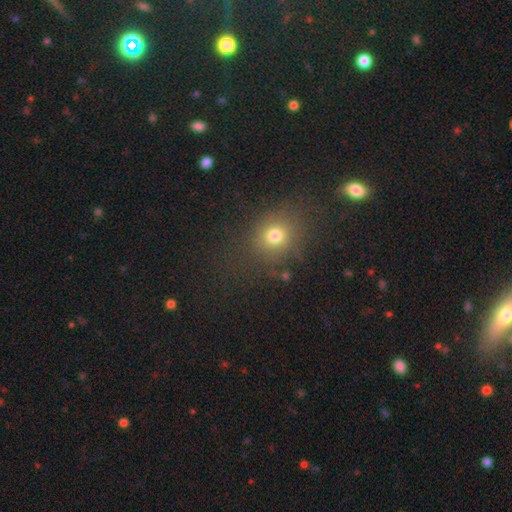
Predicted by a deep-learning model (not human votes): A smooth galaxy with no disk features (58%) that is round (67%). Merging: none (83%).